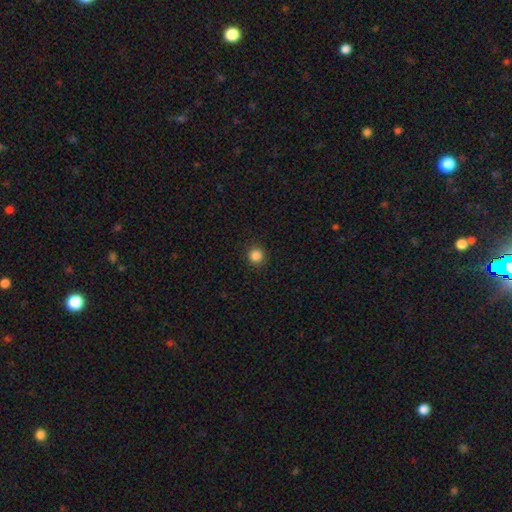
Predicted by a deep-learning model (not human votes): A smooth galaxy with no disk features (86%) that is round (94%).

Vote fractions:
- Smooth or featured? smooth: 86% / star or artifact: 11% / featured or disk: 3%
- How rounded? round: 94% / in between: 5% / cigar-shaped: 1%
- Merging? none: 92% / minor disturbance: 5% / major disturbance: 2% / merger: 1%